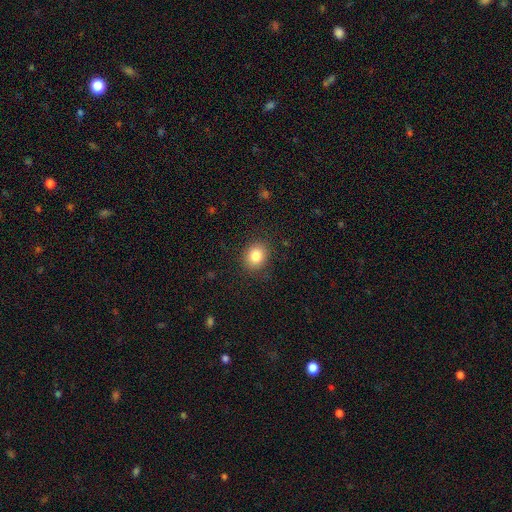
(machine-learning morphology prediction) smooth-or-featured: smooth: 83% | star or artifact: 10% | featured or disk: 7%
  how-rounded: round: 62% | in between: 38% | cigar-shaped: 1%
  merging: none: 88% | minor disturbance: 8% | major disturbance: 3% | merger: 1%